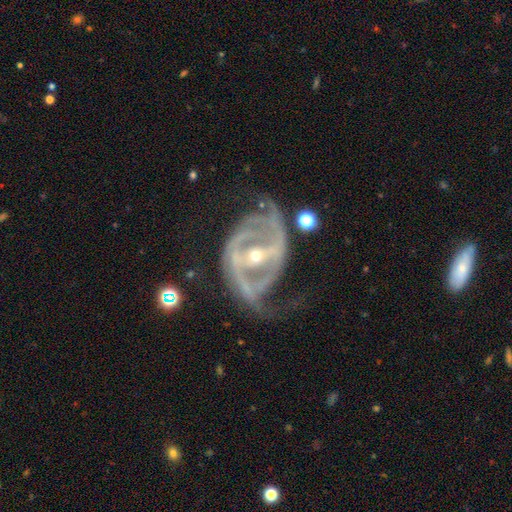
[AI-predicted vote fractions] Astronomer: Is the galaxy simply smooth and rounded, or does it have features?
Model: featured or disk — 91%.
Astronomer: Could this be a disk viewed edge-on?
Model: no — 96%.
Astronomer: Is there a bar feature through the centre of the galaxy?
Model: strong — 70%.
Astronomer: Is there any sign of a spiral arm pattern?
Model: yes — 94%.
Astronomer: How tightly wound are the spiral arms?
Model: medium — 48% (runner-up: tight, 32%).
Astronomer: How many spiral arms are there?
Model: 2 — 71%.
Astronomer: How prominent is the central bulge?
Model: small — 63%.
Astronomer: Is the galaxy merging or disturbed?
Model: none — 50% (runner-up: major disturbance, 25%).